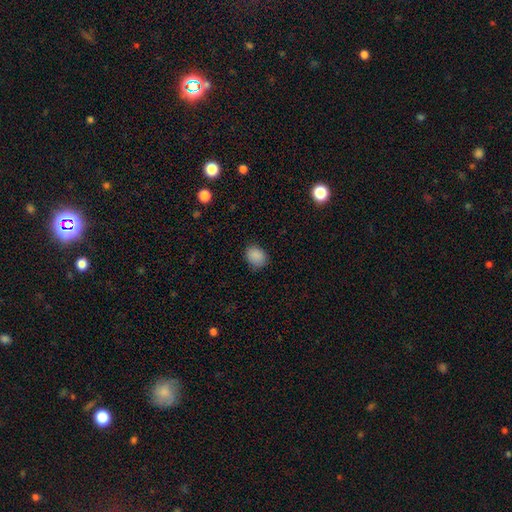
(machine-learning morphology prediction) smooth-or-featured: smooth: 88% | star or artifact: 9% | featured or disk: 3%
  how-rounded: in between: 51% | round: 48% | cigar-shaped: 1%
  merging: none: 82% | minor disturbance: 14% | major disturbance: 3% | merger: 1%